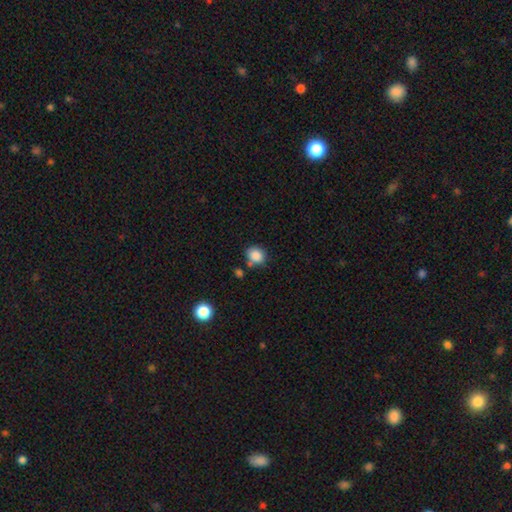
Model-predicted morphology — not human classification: type=smooth (86%); roundness=round (63%); merging=none (68%).